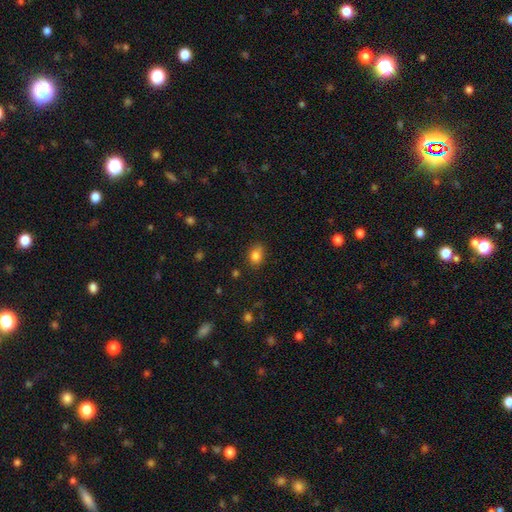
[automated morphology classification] This is clearly a smooth galaxy (82%). How rounded: possibly in between (57%). Merging: likely none (75%).